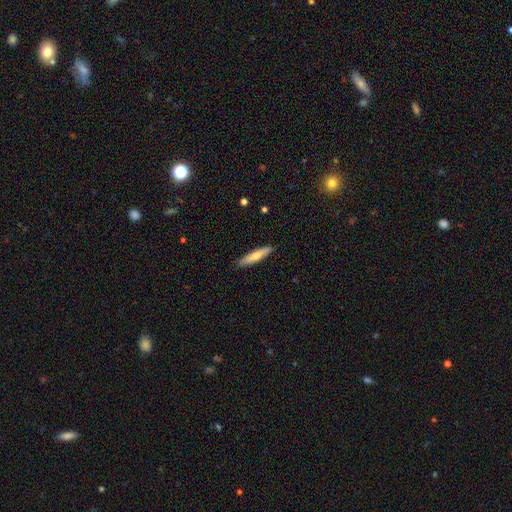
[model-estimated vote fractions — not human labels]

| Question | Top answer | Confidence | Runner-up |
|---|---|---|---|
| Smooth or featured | smooth | 66% | featured or disk (28%) |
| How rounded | cigar-shaped | 86% | in between (13%) |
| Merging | none | 88% | minor disturbance (10%) |